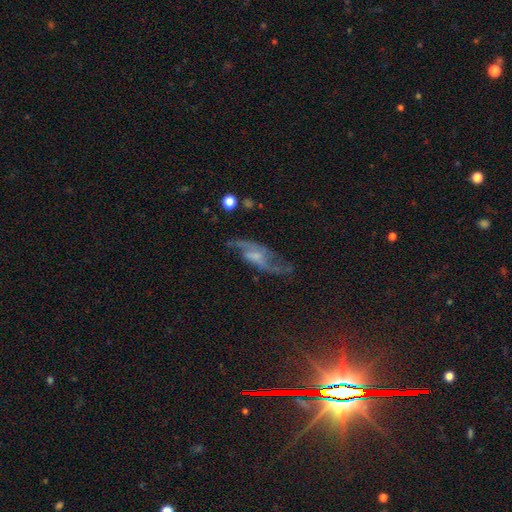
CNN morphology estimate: Q: Smooth or featured?
A: featured or disk (74%); runner-up: smooth (16%)
Q: Edge-on disk?
A: no (88%); runner-up: yes (12%)
Q: Bar?
A: no (47%); runner-up: weak (43%)
Q: Spiral arms?
A: yes (89%); runner-up: no (11%)
Q: Spiral winding?
A: loose (56%); runner-up: medium (34%)
Q: Spiral arm count?
A: 2 (84%); runner-up: can't tell (8%)
Q: Bulge size?
A: small (47%); runner-up: moderate (29%)
Q: Merging?
A: none (58%); runner-up: minor disturbance (22%)